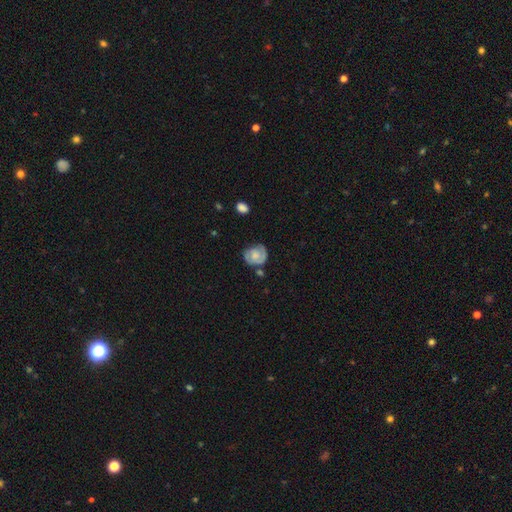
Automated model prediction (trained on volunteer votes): Smooth or featured? Predicted: featured or disk (p=0.57). Edge-on disk? Predicted: no (p=0.97). Bar? Predicted: no (p=0.74). Spiral arms? Predicted: yes (p=0.84). Bulge size? Predicted: moderate (p=0.41). Merging? Predicted: none (p=0.61).